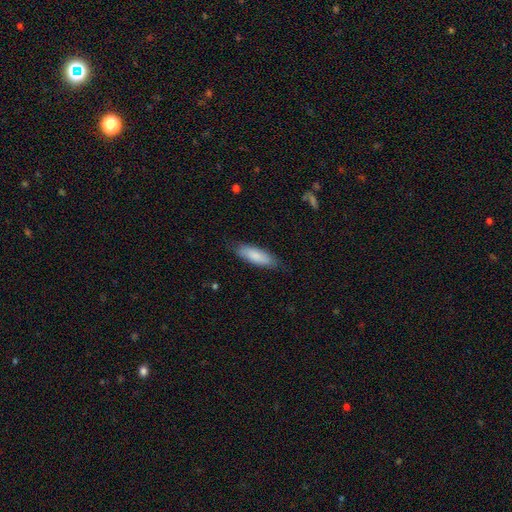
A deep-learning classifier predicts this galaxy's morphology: A smooth galaxy with no disk features (84%) that is in between round and cigar-shaped (54%). Merging: none (80%).